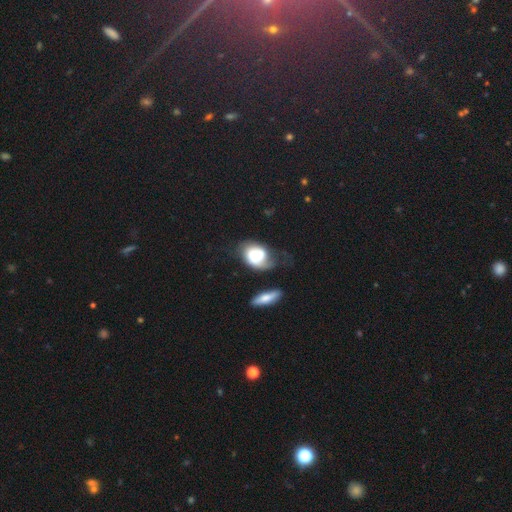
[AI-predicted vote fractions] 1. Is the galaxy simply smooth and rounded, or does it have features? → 48% featured or disk, 44% smooth, 7% star or artifact.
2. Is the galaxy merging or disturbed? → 34% none, 29% major disturbance, 27% minor disturbance, 10% merger.